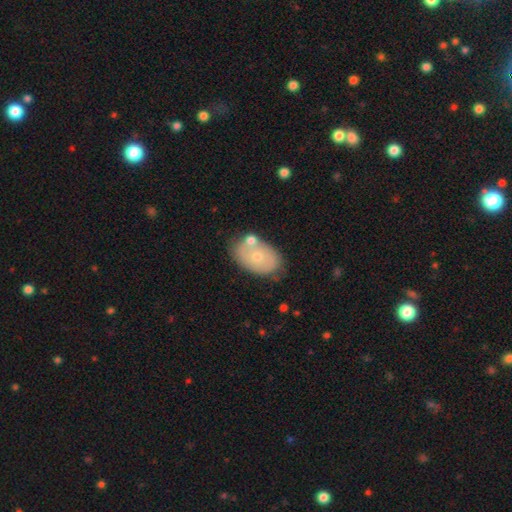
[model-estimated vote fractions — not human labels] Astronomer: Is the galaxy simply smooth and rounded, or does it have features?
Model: smooth — 54% (runner-up: featured or disk, 39%).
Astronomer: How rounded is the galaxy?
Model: in between — 87%.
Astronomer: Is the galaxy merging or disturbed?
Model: none — 61%.